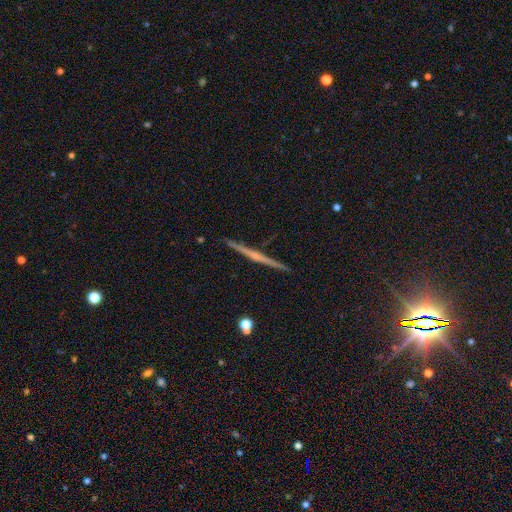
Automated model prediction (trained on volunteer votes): Smooth or featured? featured or disk (76%)
Edge-on disk? yes (98%)
Edge-on bulge? rounded (51%)
Merging? none (92%)